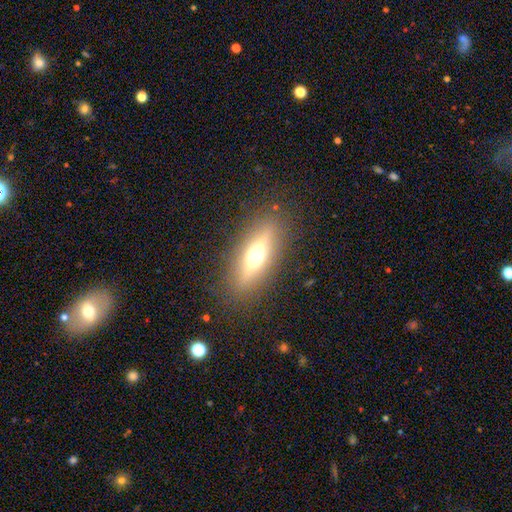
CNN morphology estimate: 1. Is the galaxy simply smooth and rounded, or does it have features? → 59% featured or disk, 31% smooth, 10% star or artifact.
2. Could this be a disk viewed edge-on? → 89% yes, 11% no.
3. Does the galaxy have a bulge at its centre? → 94% rounded, 4% boxy, 2% none.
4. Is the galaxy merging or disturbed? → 87% none, 8% minor disturbance, 4% major disturbance, 1% merger.